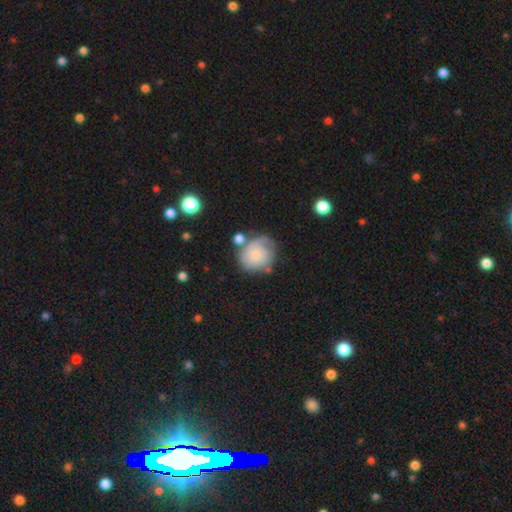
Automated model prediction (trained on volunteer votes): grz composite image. It shows a smooth galaxy with no disk features (47%). Merging: none (51%).